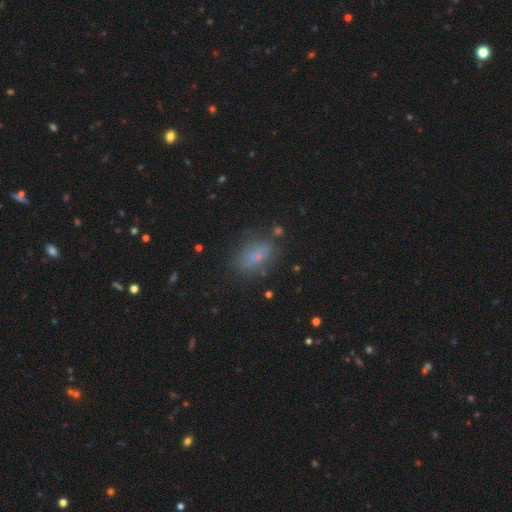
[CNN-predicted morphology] Smooth or featured?
  - smooth: 70% *
  - featured or disk: 15%
  - star or artifact: 14%
How rounded?
  - in between: 84% *
  - round: 10%
  - cigar-shaped: 6%
Merging?
  - none: 76% *
  - minor disturbance: 15%
  - major disturbance: 5%
  - merger: 3%